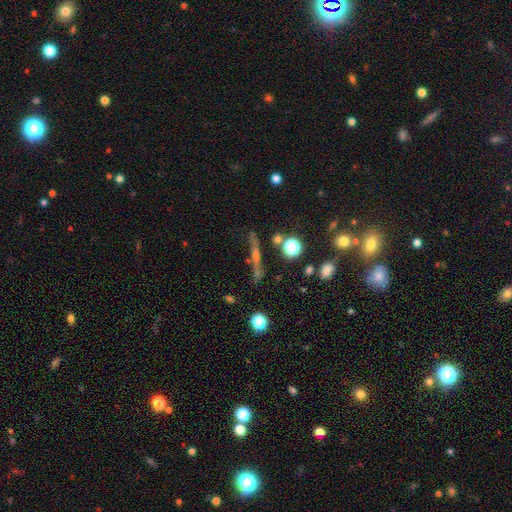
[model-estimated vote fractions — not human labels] Smooth or featured?
  - featured or disk: 57% *
  - smooth: 27%
  - star or artifact: 16%
Edge-on disk?
  - yes: 92% *
  - no: 8%
Edge-on bulge?
  - rounded: 66% *
  - none: 24%
  - boxy: 10%
Merging?
  - none: 77% *
  - minor disturbance: 12%
  - merger: 6%
  - major disturbance: 4%